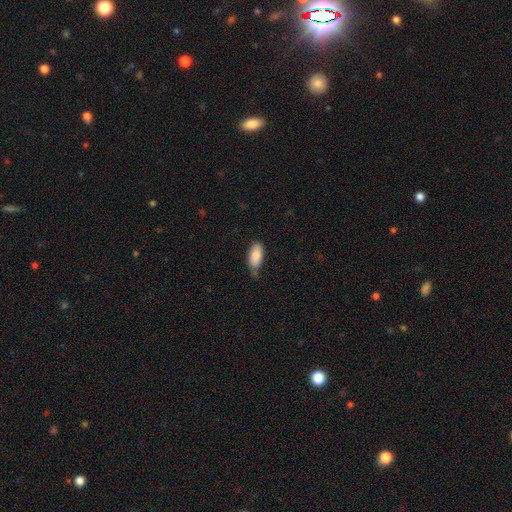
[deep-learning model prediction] Smooth or featured: smooth — 86% (featured or disk — 7%)
How rounded: in between — 91% (cigar-shaped — 7%)
Merging: none — 58% (minor disturbance — 33%)